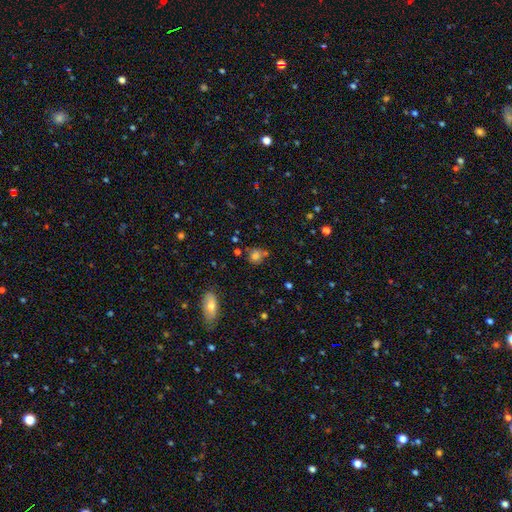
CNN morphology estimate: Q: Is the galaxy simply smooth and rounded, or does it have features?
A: smooth — 75%.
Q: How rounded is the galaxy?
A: round — 70%.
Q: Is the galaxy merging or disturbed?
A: none — 64%.